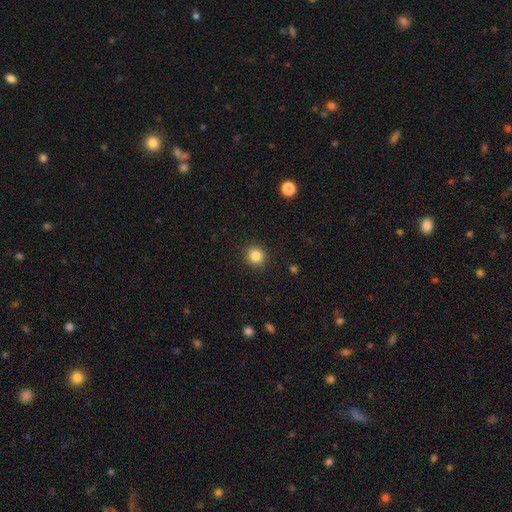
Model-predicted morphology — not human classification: smooth-or-featured: smooth: 85% | star or artifact: 11% | featured or disk: 4%
  how-rounded: round: 90% | in between: 9% | cigar-shaped: 1%
  merging: none: 91% | minor disturbance: 6% | major disturbance: 2% | merger: 1%